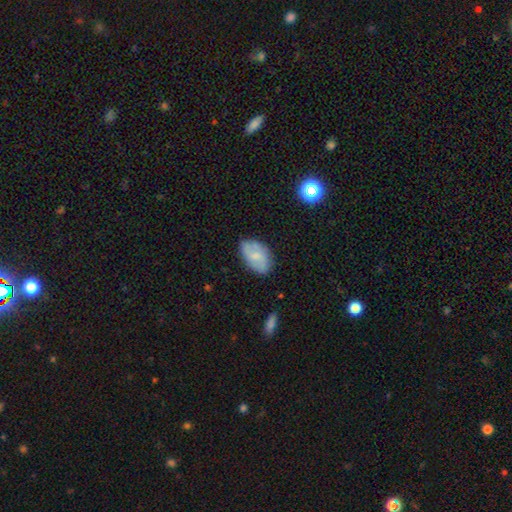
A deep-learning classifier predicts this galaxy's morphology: Overall: smooth (61%; featured or disk 31%). How rounded: in between (91%). Merging: none (73%).